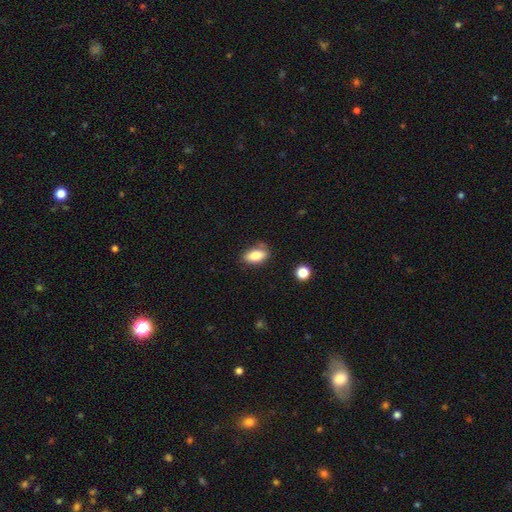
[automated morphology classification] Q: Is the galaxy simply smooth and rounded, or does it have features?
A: smooth — 79%.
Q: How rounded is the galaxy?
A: in between — 88%.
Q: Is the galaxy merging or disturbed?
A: none — 72%.